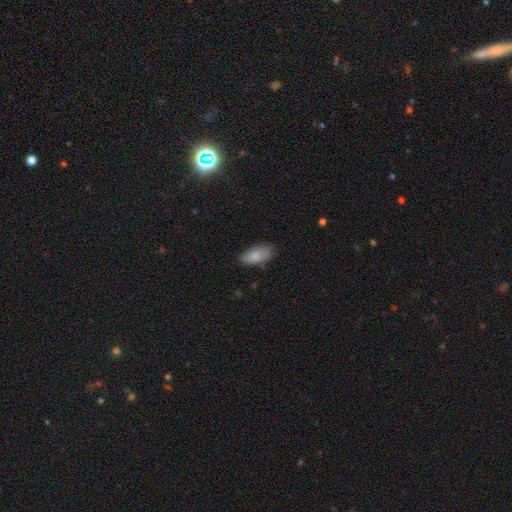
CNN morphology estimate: This is clearly a smooth galaxy (83%). How rounded: clearly in between (91%). Merging: likely none (73%).